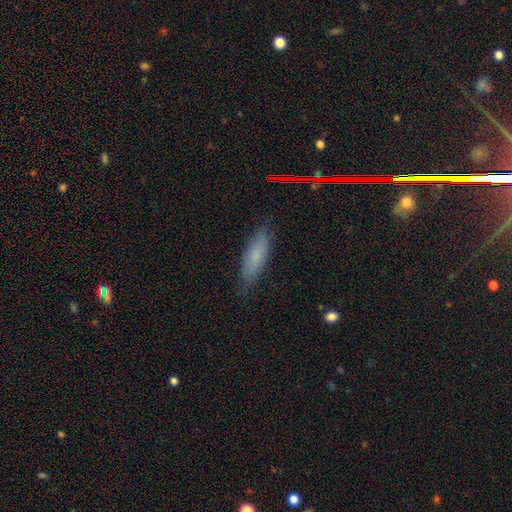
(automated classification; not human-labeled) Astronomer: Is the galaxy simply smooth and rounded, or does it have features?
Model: smooth — 71%.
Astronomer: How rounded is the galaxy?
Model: cigar-shaped — 55% (runner-up: in between, 43%).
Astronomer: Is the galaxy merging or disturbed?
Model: none — 80%.